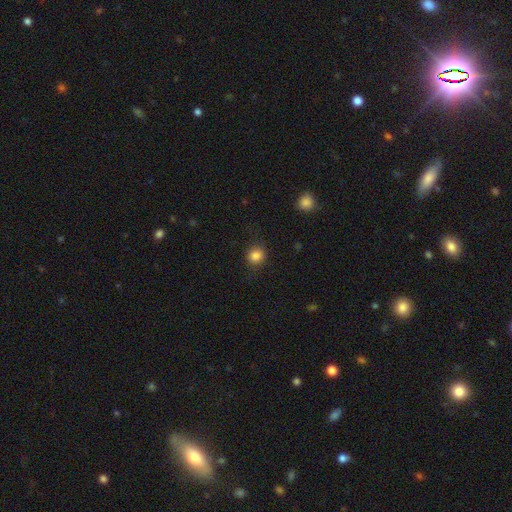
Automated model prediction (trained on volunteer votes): This appears to be a smooth galaxy with no disk features (85%) that is round (83%). Merging: none (85%).